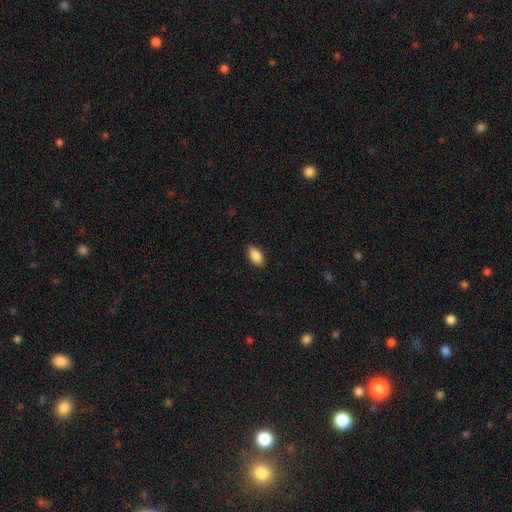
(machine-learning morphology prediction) smooth_or_featured: smooth (p=0.88) [alt: star or artifact p=0.07]
how_rounded: in between (p=0.91) [alt: cigar-shaped p=0.06]
merging: none (p=0.87) [alt: minor disturbance p=0.10]